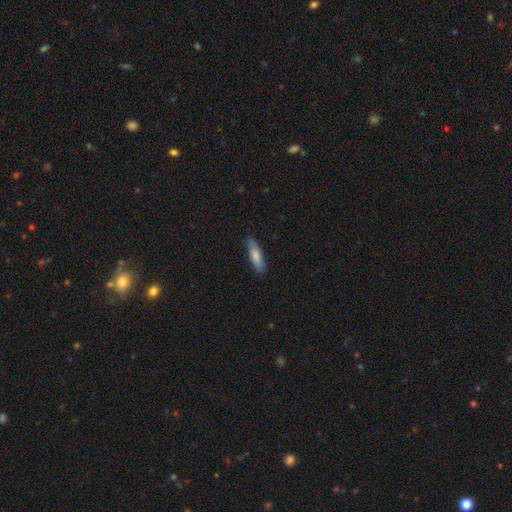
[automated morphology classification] This is likely a smooth galaxy (76%). How rounded: likely cigar-shaped (67%). Merging: clearly none (82%).